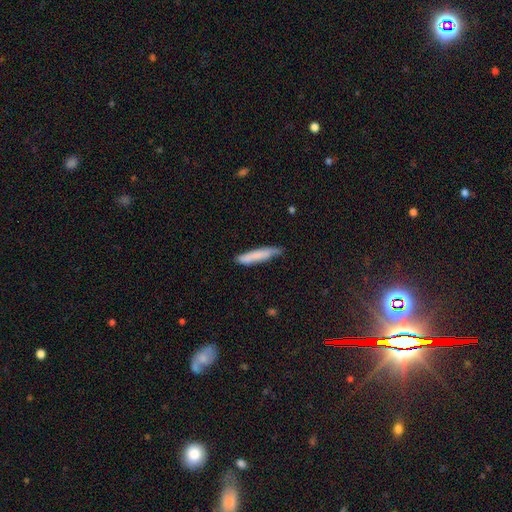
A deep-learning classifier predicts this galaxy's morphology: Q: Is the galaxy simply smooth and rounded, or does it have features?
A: smooth — 78%.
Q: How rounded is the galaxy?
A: cigar-shaped — 89%.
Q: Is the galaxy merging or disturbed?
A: none — 71%.